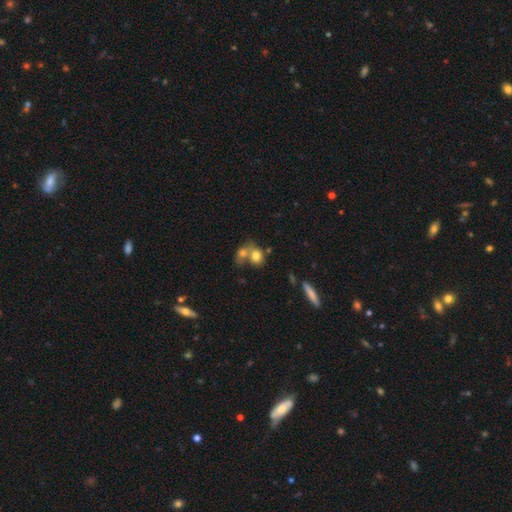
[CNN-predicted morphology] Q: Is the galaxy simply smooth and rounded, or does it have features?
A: smooth — 75%.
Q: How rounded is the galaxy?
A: round — 60%.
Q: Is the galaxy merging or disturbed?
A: merger — 60%.